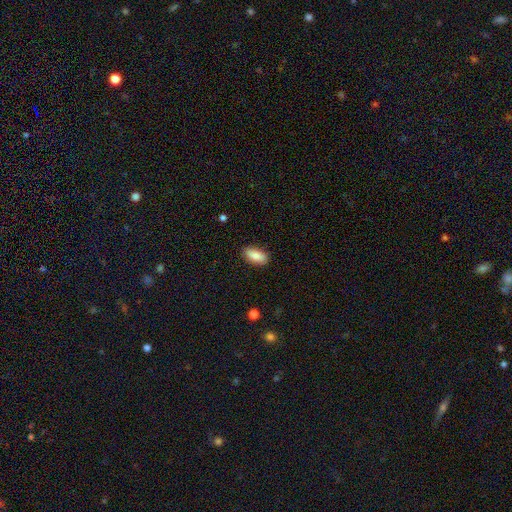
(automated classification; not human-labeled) smooth-or-featured: smooth: 85% | featured or disk: 8% | star or artifact: 7%
  how-rounded: in between: 90% | cigar-shaped: 7% | round: 3%
  merging: none: 88% | minor disturbance: 9% | major disturbance: 2% | merger: 1%